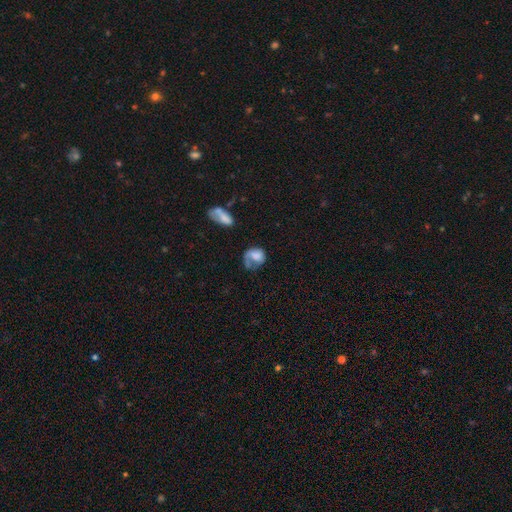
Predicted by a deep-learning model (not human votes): The model was most divided on "how rounded": in between: 50%, round: 48%, cigar-shaped: 1%. Remaining: smooth or featured — smooth (56%); merging — major disturbance (39%).